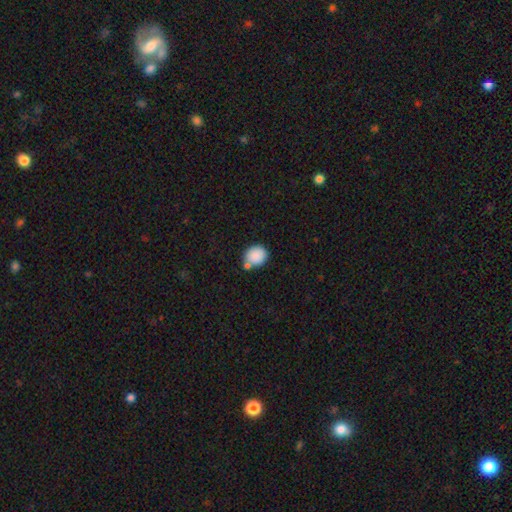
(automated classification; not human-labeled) A smooth galaxy with no disk features (87%) that is round (77%). Merging: none (61%).